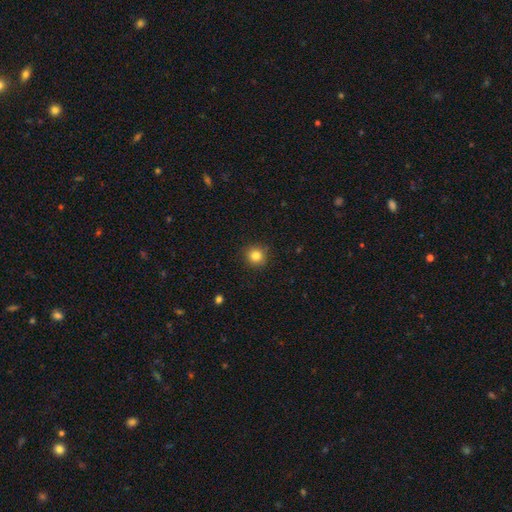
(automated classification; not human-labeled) Q: Smooth or featured?
A: smooth (83%); runner-up: star or artifact (11%)
Q: How rounded?
A: round (91%); runner-up: in between (8%)
Q: Merging?
A: none (90%); runner-up: minor disturbance (7%)